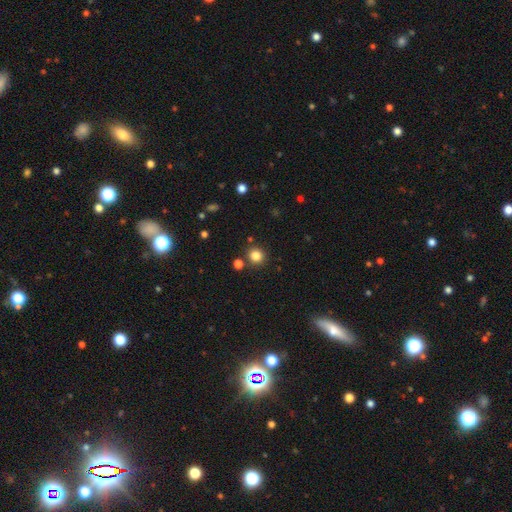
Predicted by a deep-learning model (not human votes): Q: Smooth or featured?
A: smooth (83%); runner-up: star or artifact (13%)
Q: How rounded?
A: round (91%); runner-up: in between (8%)
Q: Merging?
A: none (84%); runner-up: minor disturbance (7%)